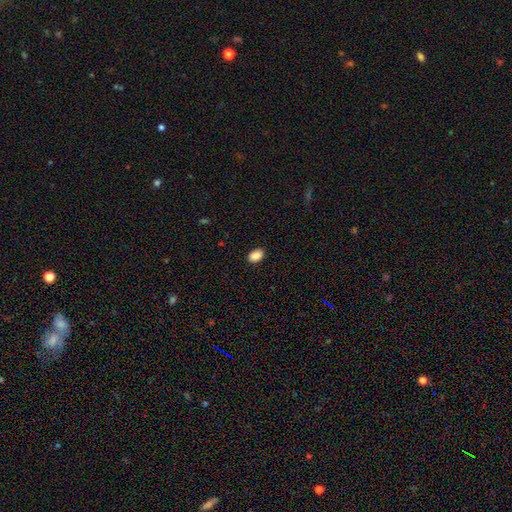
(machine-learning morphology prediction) Smooth or featured? smooth (90%)
How rounded? in between (87%)
Merging? none (89%)